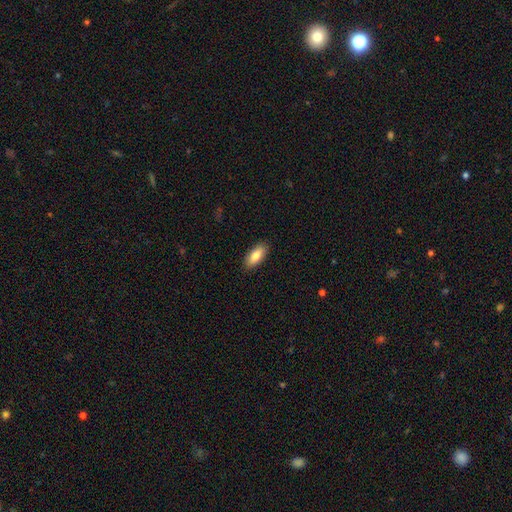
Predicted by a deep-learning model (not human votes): Q: Smooth or featured?
A: smooth (84%); runner-up: featured or disk (10%)
Q: How rounded?
A: in between (84%); runner-up: cigar-shaped (14%)
Q: Merging?
A: none (88%); runner-up: minor disturbance (9%)